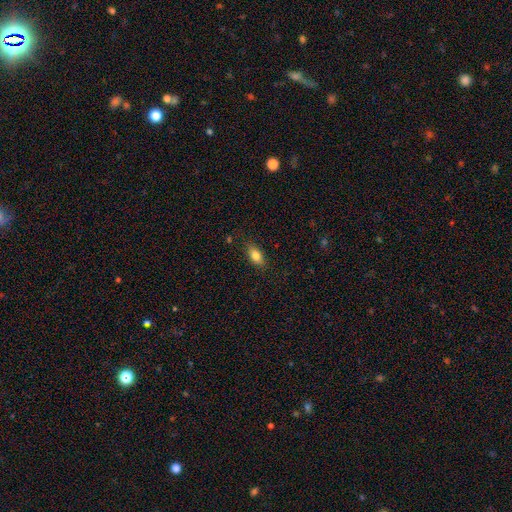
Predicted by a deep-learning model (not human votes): The model was most divided on "merging": none: 84%, minor disturbance: 12%, major disturbance: 3%, merger: 1%. More confident: how rounded — in between (86%); smooth or featured — smooth (82%).